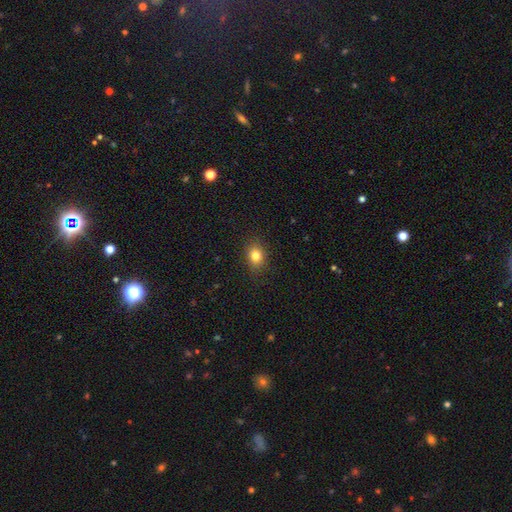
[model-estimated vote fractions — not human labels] Overall: smooth (81%). How rounded: in between (54%; round 45%). Merging: none (87%).